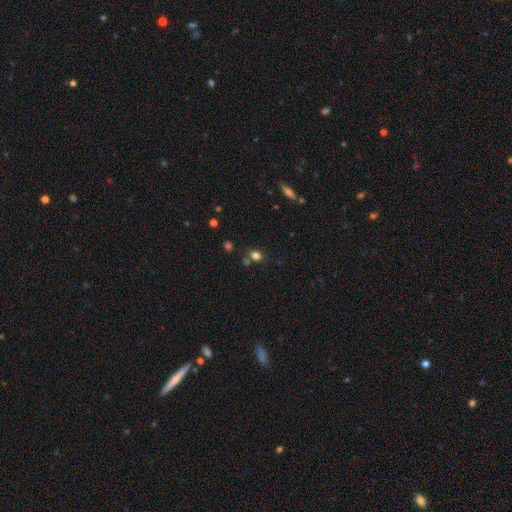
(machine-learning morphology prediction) This appears to be a smooth galaxy with no disk features (75%) that is round (55%). Merging: none (69%).